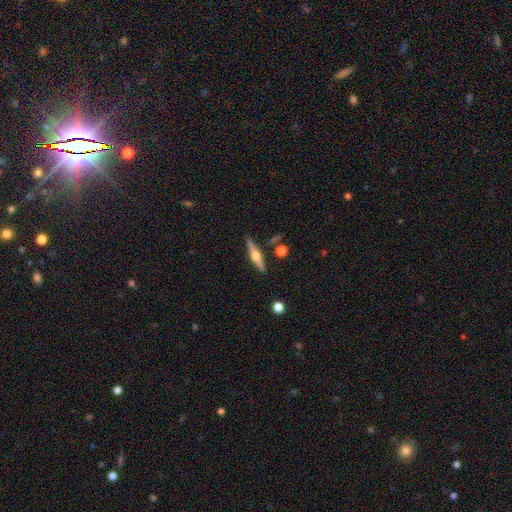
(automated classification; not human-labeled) Smooth or featured: featured or disk — 75% (smooth — 19%)
Edge-on disk: yes — 97% (no — 3%)
Edge-on bulge: rounded — 95% (boxy — 4%)
Merging: none — 87% (minor disturbance — 8%)